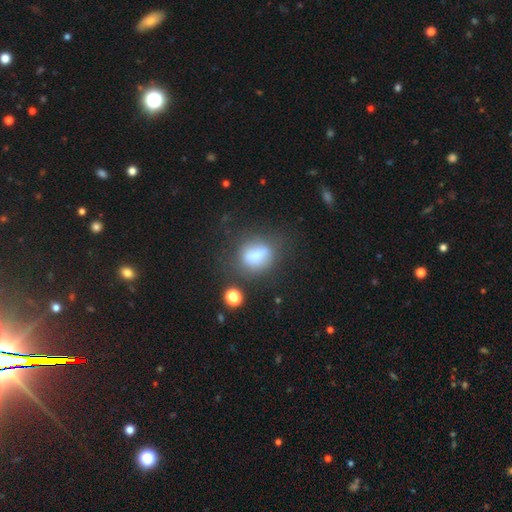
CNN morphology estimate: type=smooth (60%); roundness=in between (50%); merging=none (54%).